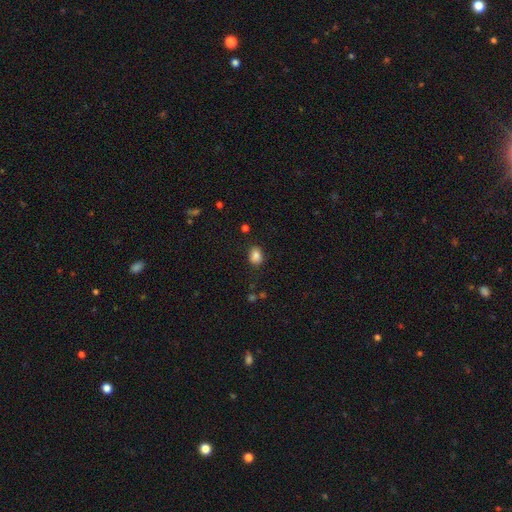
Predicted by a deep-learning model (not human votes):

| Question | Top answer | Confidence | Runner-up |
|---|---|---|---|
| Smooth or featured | smooth | 85% | star or artifact (10%) |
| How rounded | in between | 65% | round (34%) |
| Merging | none | 81% | minor disturbance (14%) |